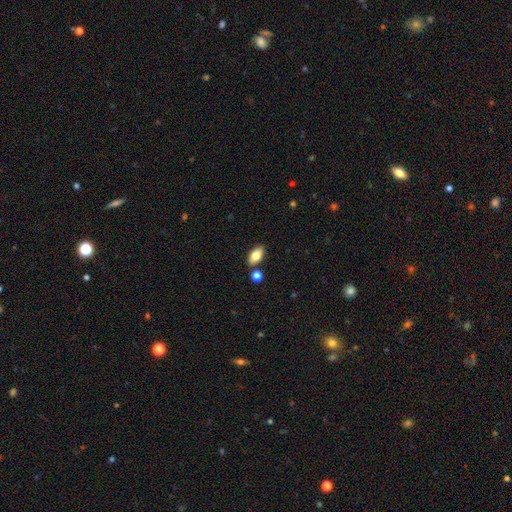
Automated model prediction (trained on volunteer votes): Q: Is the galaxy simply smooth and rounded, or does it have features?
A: smooth — 81%.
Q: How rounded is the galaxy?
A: in between — 91%.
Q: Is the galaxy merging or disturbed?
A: none — 83%.